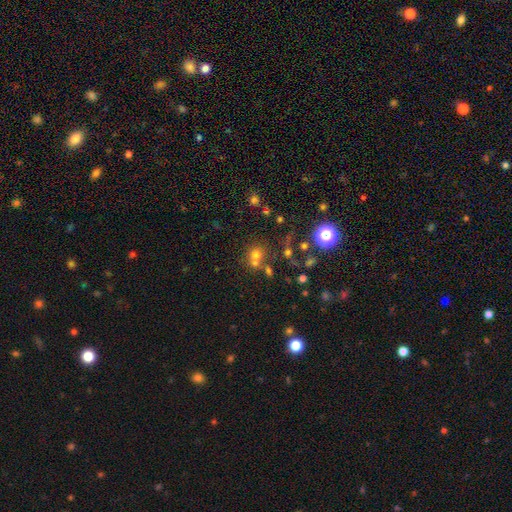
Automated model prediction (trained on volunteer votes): smooth_or_featured: smooth (p=0.55) [alt: star or artifact p=0.31]
how_rounded: round (p=0.83) [alt: in between p=0.16]
merging: none (p=0.51) [alt: merger p=0.37]